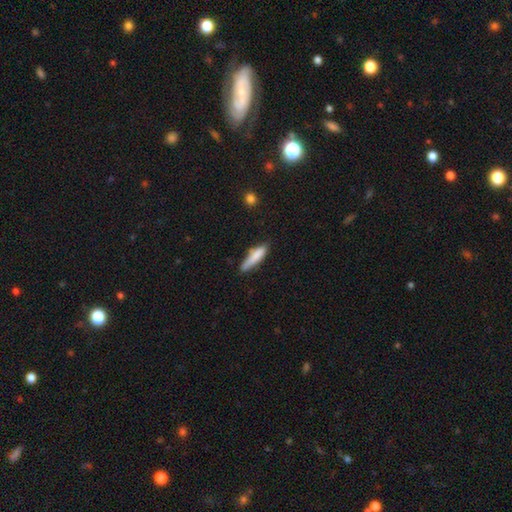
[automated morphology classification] The model was most divided on "merging": none: 62%, minor disturbance: 28%, major disturbance: 6%, merger: 4%. More confident: smooth or featured — smooth (79%); how rounded — cigar-shaped (75%).